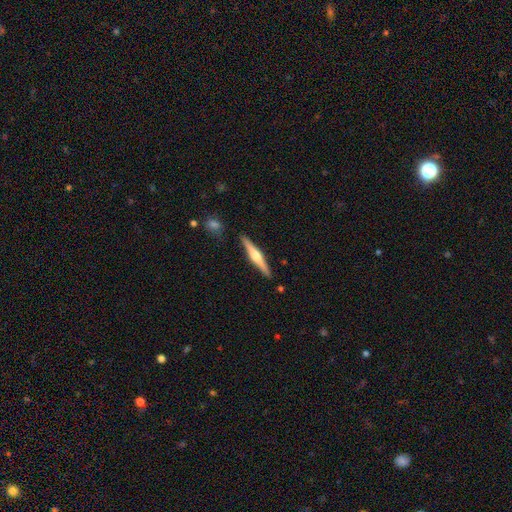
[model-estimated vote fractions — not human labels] Morphology: type=featured or disk (68%); edge-on=yes (98%); edge-on bulge=rounded (89%); merging=none (90%).